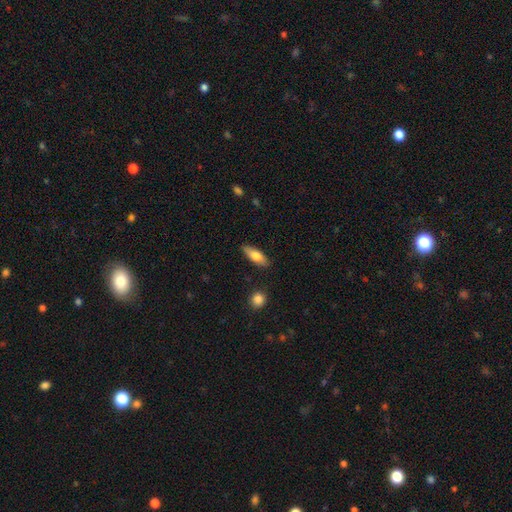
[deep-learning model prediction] A smooth galaxy with no disk features (71%) that is in between round and cigar-shaped (61%). Merging: none (85%).